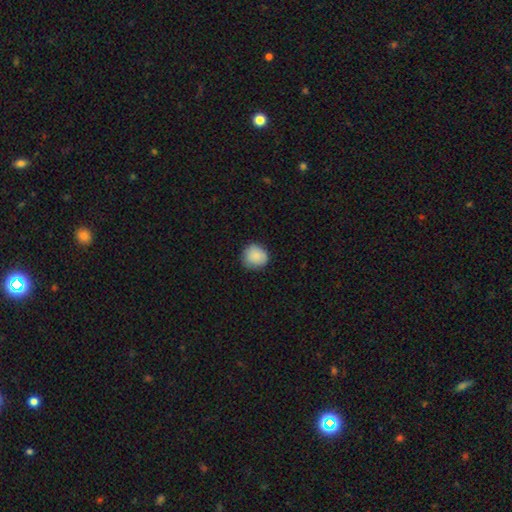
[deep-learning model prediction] Smooth or featured? Predicted: smooth (p=0.87). How rounded? Predicted: round (p=0.89). Merging? Predicted: none (p=0.81).